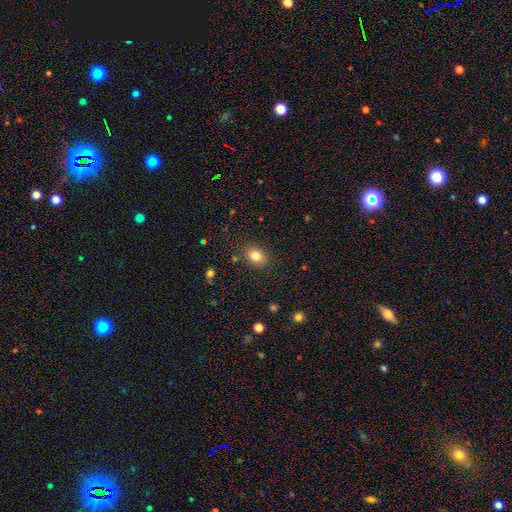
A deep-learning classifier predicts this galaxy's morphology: Smooth or featured? Predicted: smooth (p=0.81). How rounded? Predicted: in between (p=0.51). Merging? Predicted: none (p=0.86).